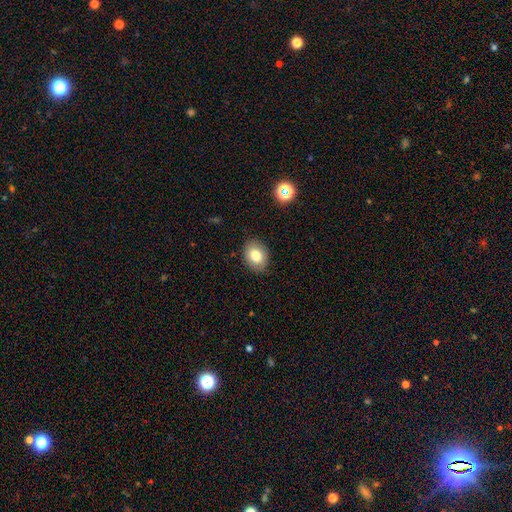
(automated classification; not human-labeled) This appears to be a smooth galaxy with no disk features (80%) that is in between round and cigar-shaped (67%). Merging: none (87%).